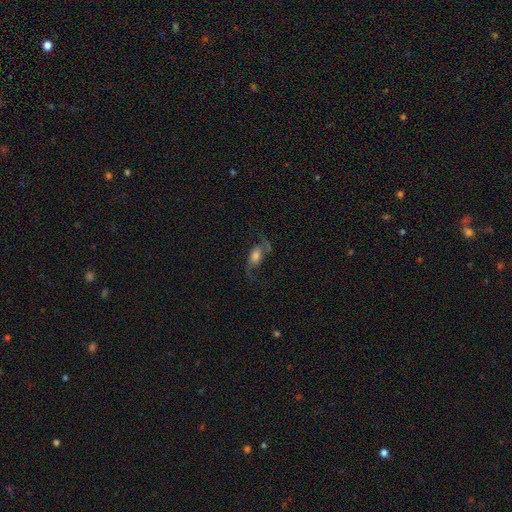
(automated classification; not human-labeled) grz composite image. It shows a featured or disk galaxy (68%) with no bar (55%), 2 (91%) loose (79%) spiral arms (91%) and a moderate central bulge (41%). Merging: none (61%).